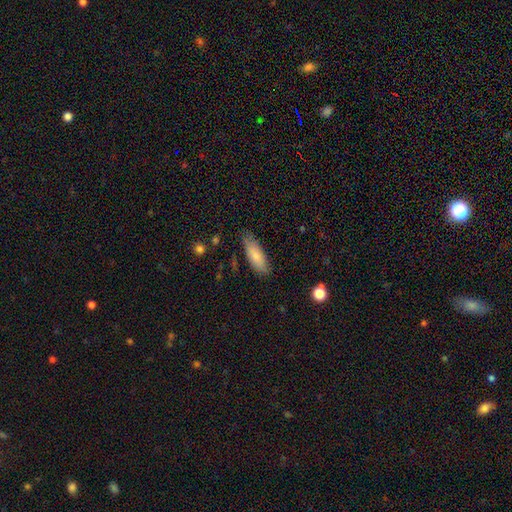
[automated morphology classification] Smooth or featured? Predicted: smooth (p=0.79). How rounded? Predicted: in between (p=0.67). Merging? Predicted: none (p=0.75).